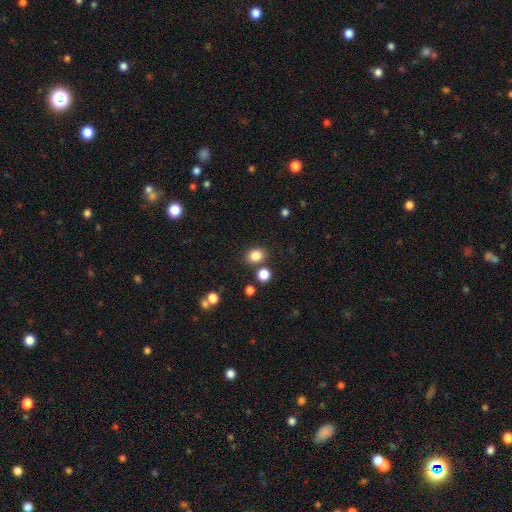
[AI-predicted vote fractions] Q: Smooth or featured?
A: smooth (84%); runner-up: star or artifact (11%)
Q: How rounded?
A: round (52%); runner-up: in between (47%)
Q: Merging?
A: none (78%); runner-up: minor disturbance (9%)